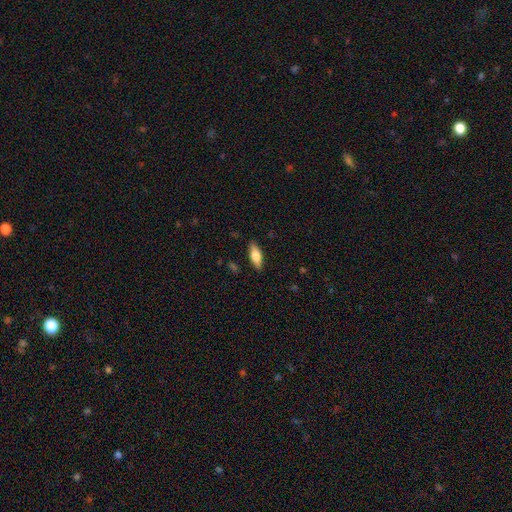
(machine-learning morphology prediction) Q: Smooth or featured?
A: smooth (70%); runner-up: featured or disk (24%)
Q: How rounded?
A: in between (69%); runner-up: cigar-shaped (29%)
Q: Merging?
A: none (87%); runner-up: minor disturbance (10%)